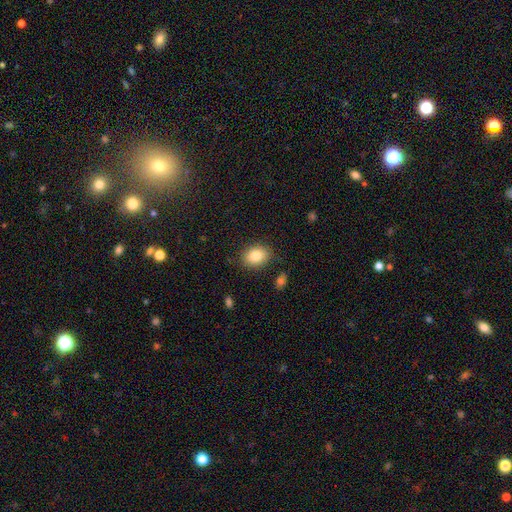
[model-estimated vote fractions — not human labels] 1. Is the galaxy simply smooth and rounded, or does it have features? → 85% smooth, 8% star or artifact, 7% featured or disk.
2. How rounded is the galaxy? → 68% in between, 31% round, 1% cigar-shaped.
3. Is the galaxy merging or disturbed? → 84% none, 11% minor disturbance, 3% major disturbance, 2% merger.